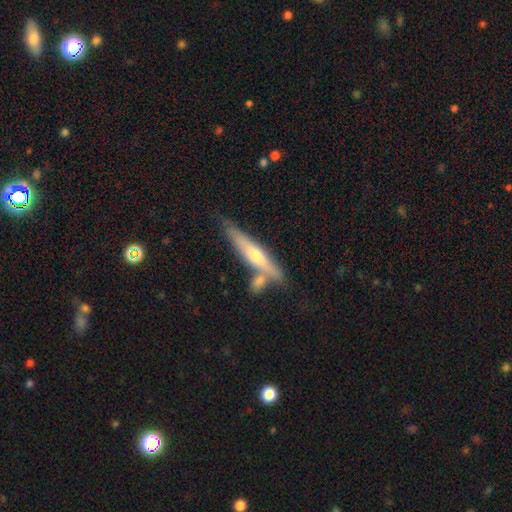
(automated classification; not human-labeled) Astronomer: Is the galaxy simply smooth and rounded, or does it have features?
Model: featured or disk — 58% (runner-up: smooth, 36%).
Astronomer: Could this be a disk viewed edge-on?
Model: yes — 91%.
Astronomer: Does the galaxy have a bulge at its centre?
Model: rounded — 79%.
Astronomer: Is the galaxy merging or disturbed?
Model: none — 62%.